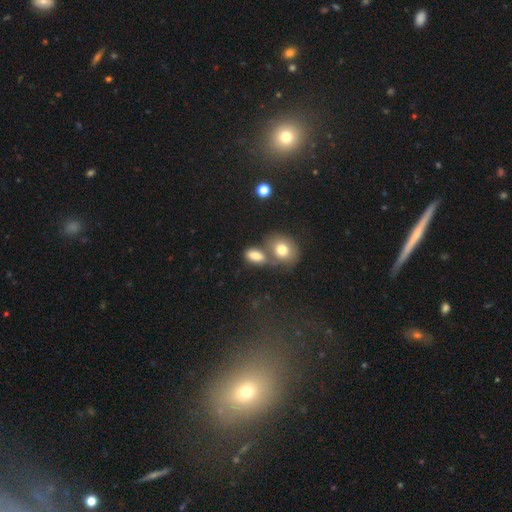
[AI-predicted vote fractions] Smooth or featured: smooth — 80% (featured or disk — 10%)
How rounded: in between — 83% (round — 14%)
Merging: none — 43% (merger — 40%)